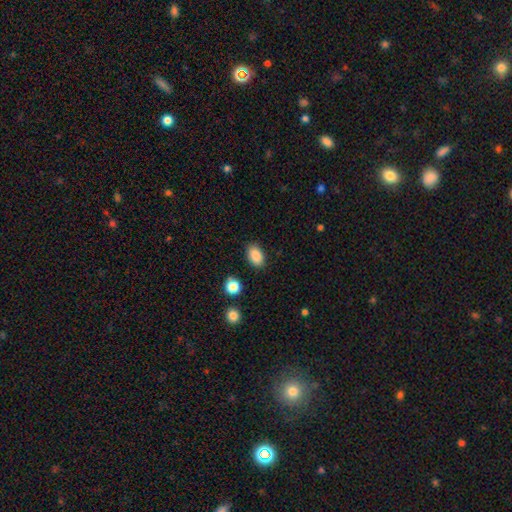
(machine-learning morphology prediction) type=smooth (87%); roundness=in between (89%); merging=none (87%).